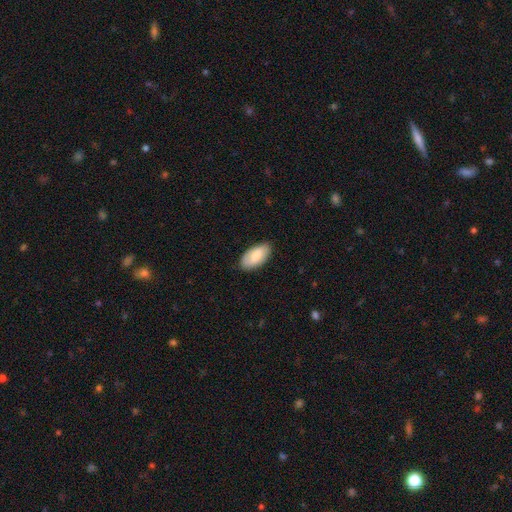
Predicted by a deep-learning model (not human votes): smooth 72%, featured or disk 22%, star or artifact 6%. Down the decision tree: how rounded — in between (95%); merging — none (84%).